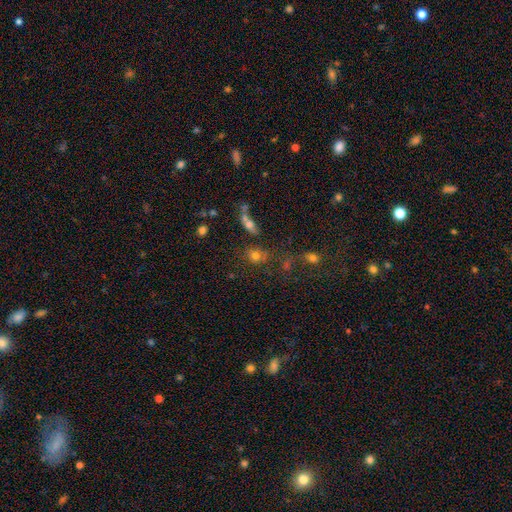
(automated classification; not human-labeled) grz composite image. It shows a smooth galaxy with no disk features (69%) that is round (64%). Merging: none (56%).